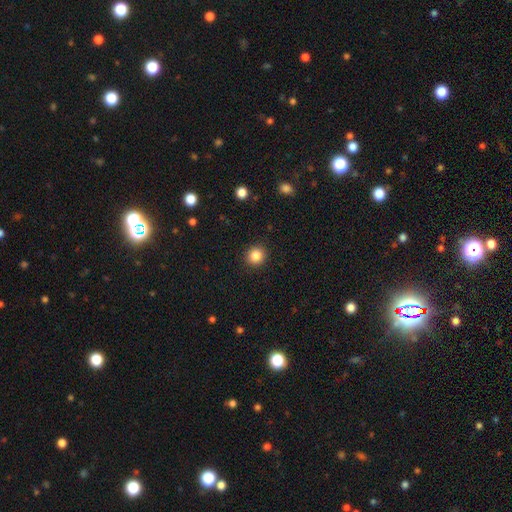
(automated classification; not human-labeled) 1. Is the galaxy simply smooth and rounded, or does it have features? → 86% smooth, 10% star or artifact, 4% featured or disk.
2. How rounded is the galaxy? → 90% round, 9% in between, 1% cigar-shaped.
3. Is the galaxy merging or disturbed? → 91% none, 6% minor disturbance, 2% major disturbance, 1% merger.